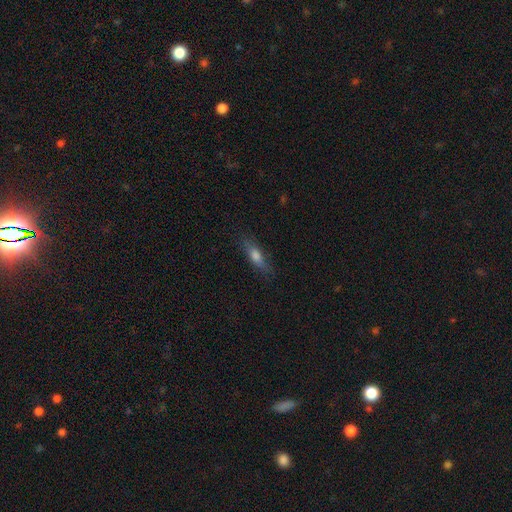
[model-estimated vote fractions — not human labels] A smooth galaxy with no disk features (57%) that is cigar-shaped (66%). Merging: none (82%).